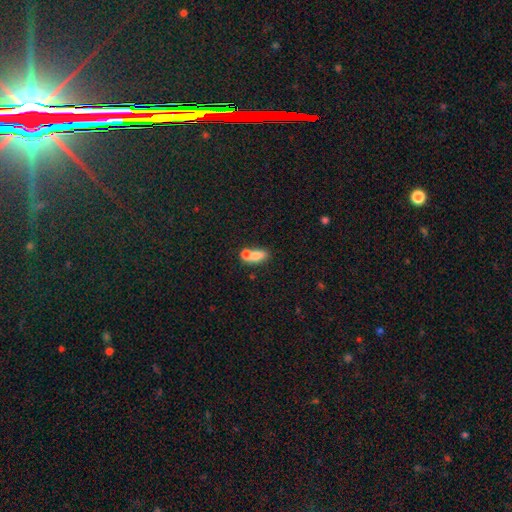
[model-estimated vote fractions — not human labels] This is likely a smooth galaxy (73%). How rounded: likely in between (76%). Merging: likely merger (61%).